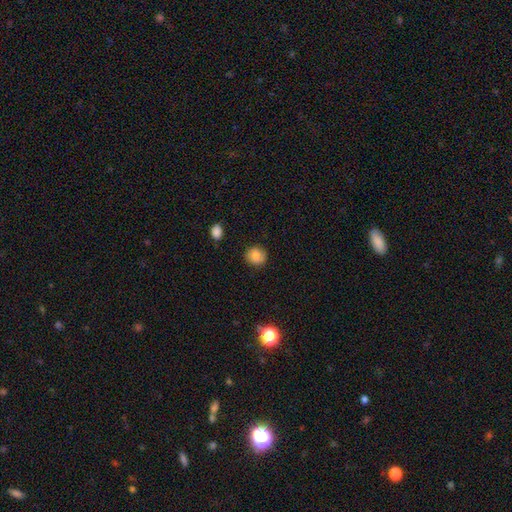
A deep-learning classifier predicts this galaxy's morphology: Q: Smooth or featured?
A: smooth (83%); runner-up: star or artifact (9%)
Q: How rounded?
A: round (83%); runner-up: in between (16%)
Q: Merging?
A: none (85%); runner-up: minor disturbance (11%)